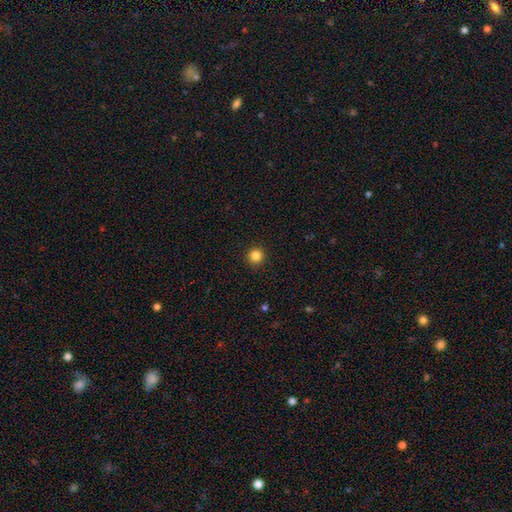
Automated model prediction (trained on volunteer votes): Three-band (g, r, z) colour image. It shows a smooth galaxy with no disk features (84%) that is round (95%). Merging: none (93%).